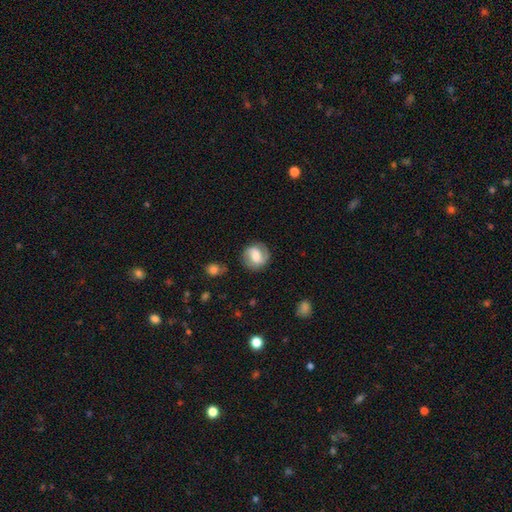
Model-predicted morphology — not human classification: Smooth or featured? featured or disk (51%)
Edge-on disk? no (97%)
Merging? none (80%)